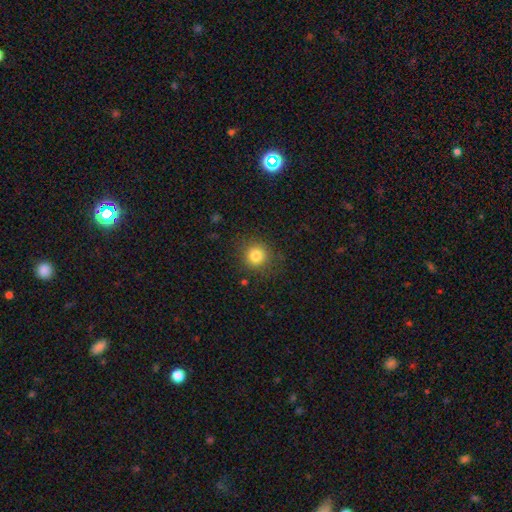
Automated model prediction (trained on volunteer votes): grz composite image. It shows a smooth galaxy with no disk features (82%) that is round (91%). Merging: none (85%).